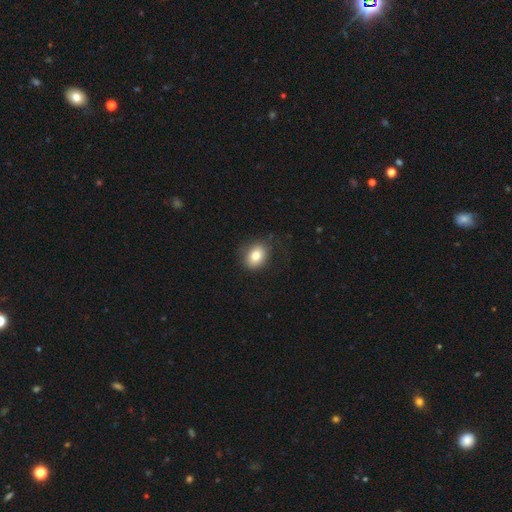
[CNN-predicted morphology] A smooth galaxy with no disk features (81%) that is in between round and cigar-shaped (57%). Merging: none (80%).